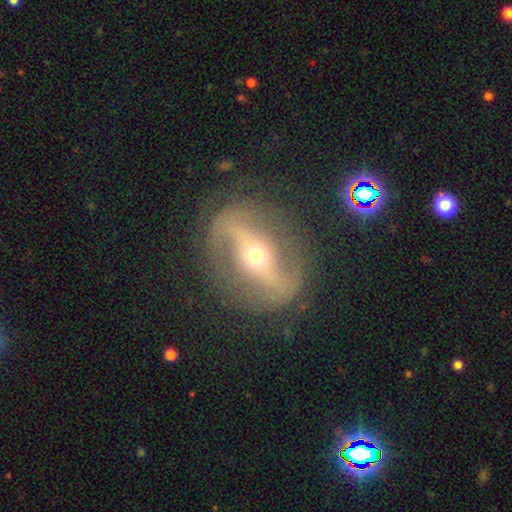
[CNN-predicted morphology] Smooth or featured? featured or disk (82%)
Edge-on disk? no (86%)
Bar? strong (72%)
Spiral arms? yes (62%)
Bulge size? small (48%)
Merging? none (82%)